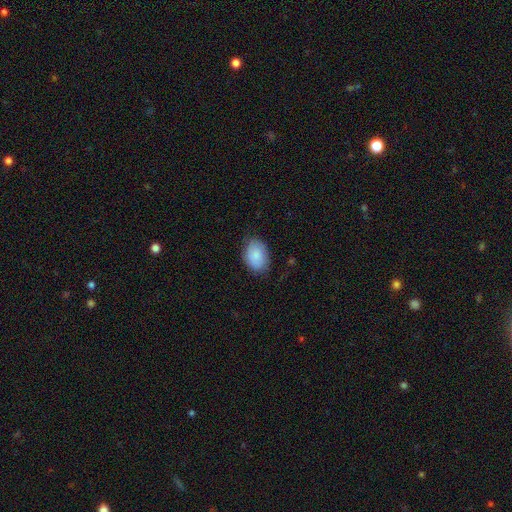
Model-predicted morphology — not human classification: This appears to be a smooth galaxy with no disk features (87%) that is in between round and cigar-shaped (83%). Merging: none (77%).